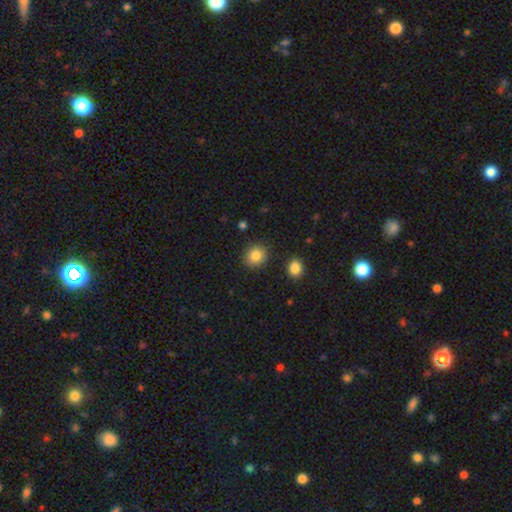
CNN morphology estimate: smooth-or-featured: smooth: 85% | star or artifact: 9% | featured or disk: 5%
  how-rounded: round: 86% | in between: 13% | cigar-shaped: 1%
  merging: none: 89% | minor disturbance: 7% | merger: 2% | major disturbance: 2%